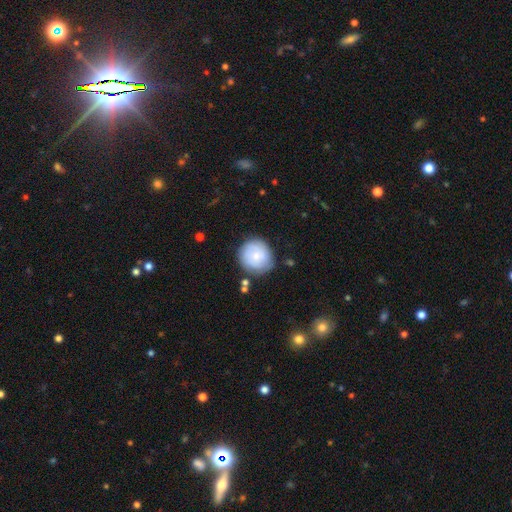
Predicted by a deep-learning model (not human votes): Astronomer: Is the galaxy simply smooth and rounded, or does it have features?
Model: smooth — 69%.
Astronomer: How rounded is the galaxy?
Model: round — 91%.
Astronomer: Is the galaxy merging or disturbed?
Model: none — 75%.